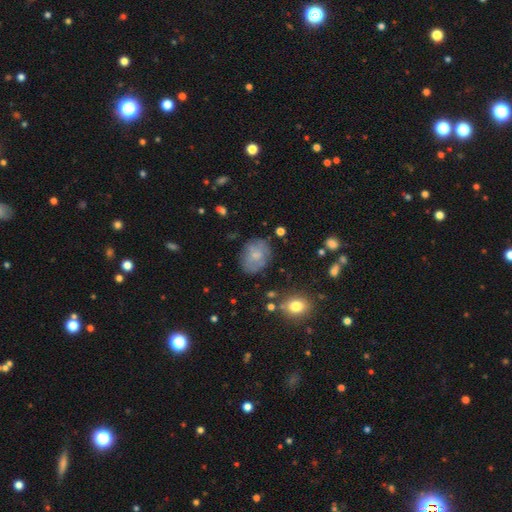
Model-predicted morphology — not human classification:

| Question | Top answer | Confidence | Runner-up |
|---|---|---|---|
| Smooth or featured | smooth | 63% | featured or disk (28%) |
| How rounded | in between | 59% | round (40%) |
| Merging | none | 67% | minor disturbance (22%) |